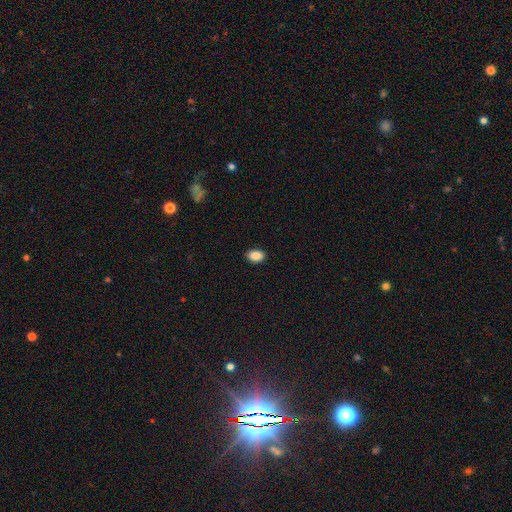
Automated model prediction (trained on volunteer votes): A smooth galaxy with no disk features (89%) that is in between round and cigar-shaped (85%).

Vote fractions:
- Smooth or featured? smooth: 89% / star or artifact: 8% / featured or disk: 3%
- How rounded? in between: 85% / round: 14% / cigar-shaped: 1%
- Merging? none: 90% / minor disturbance: 7% / major disturbance: 2% / merger: 1%